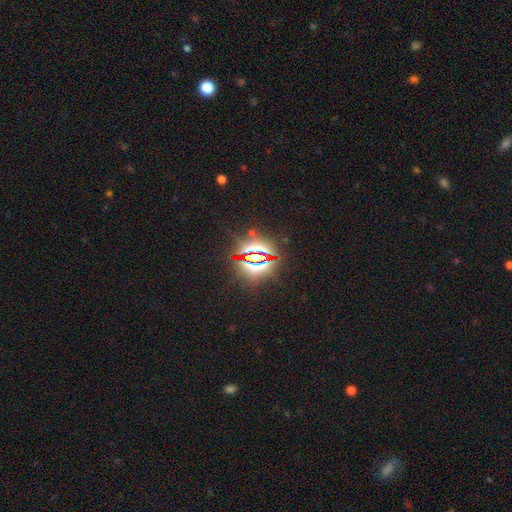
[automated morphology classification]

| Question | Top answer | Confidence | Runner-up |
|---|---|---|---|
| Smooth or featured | star or artifact | 81% | smooth (11%) |